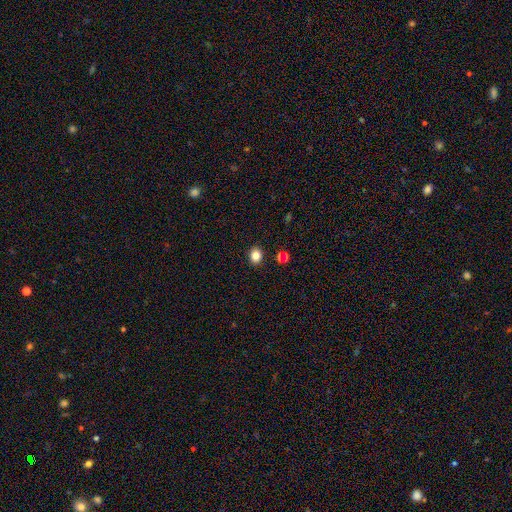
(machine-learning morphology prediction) A smooth galaxy with no disk features (84%) that is round (59%). Merging: none (87%).